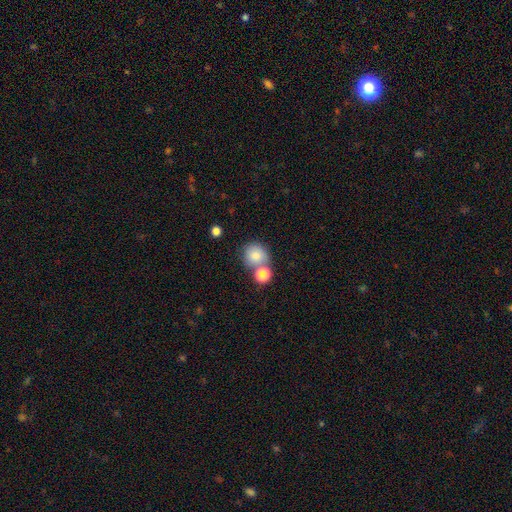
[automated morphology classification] This is likely a smooth galaxy (79%). How rounded: clearly round (86%). Merging: possibly none (56%).